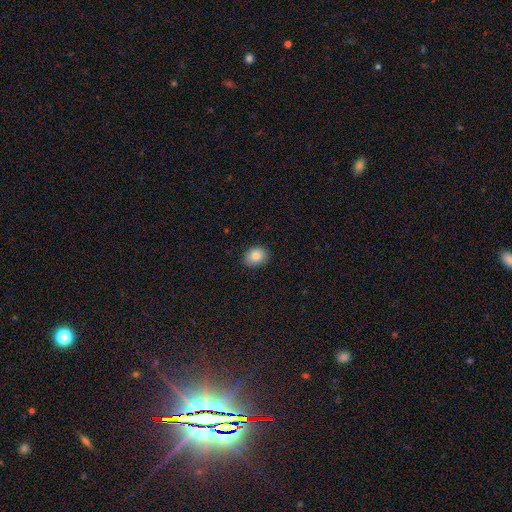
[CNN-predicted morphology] The model was most divided on "how rounded": in between: 54%, round: 45%, cigar-shaped: 1%. More confident: merging — none (87%); smooth or featured — smooth (85%).